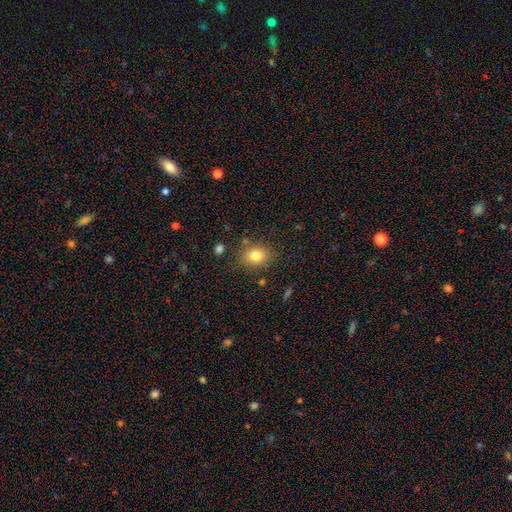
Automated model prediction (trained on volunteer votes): A smooth galaxy with no disk features (81%) that is round (50%). Merging: none (79%).